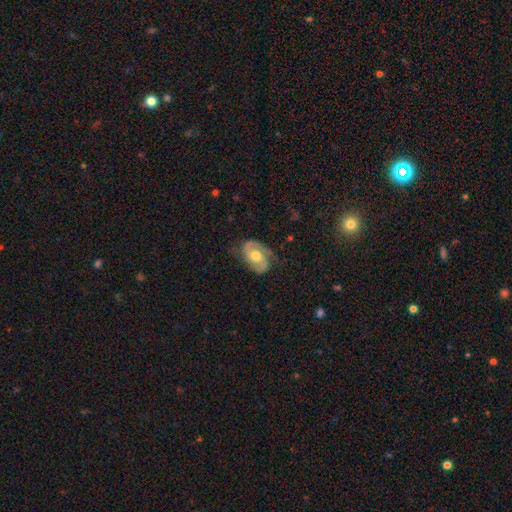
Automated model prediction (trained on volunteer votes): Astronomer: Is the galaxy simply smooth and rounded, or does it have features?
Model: featured or disk — 76%.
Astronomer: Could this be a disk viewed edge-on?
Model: no — 96%.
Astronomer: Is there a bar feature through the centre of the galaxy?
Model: no — 62%.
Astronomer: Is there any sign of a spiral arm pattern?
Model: yes — 91%.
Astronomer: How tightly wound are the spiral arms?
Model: medium — 47% (runner-up: loose, 29%).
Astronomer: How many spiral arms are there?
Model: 2 — 87%.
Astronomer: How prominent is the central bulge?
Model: moderate — 74%.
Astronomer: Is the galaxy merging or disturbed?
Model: none — 67%.